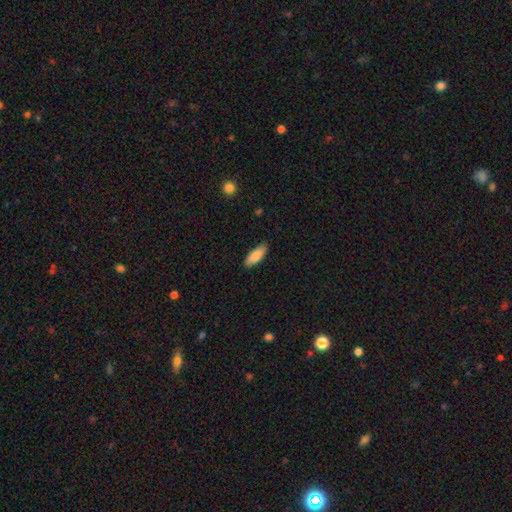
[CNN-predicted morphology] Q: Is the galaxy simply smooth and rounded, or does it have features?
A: smooth — 87%.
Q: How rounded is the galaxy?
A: in between — 70%.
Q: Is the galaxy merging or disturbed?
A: none — 84%.